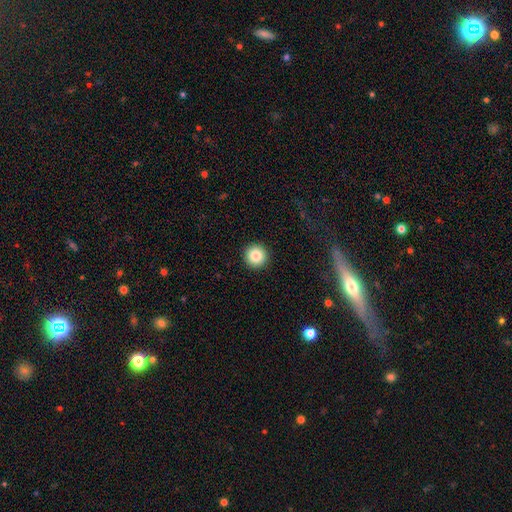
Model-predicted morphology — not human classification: This is clearly a smooth galaxy (86%). How rounded: clearly round (96%). Merging: clearly none (93%).